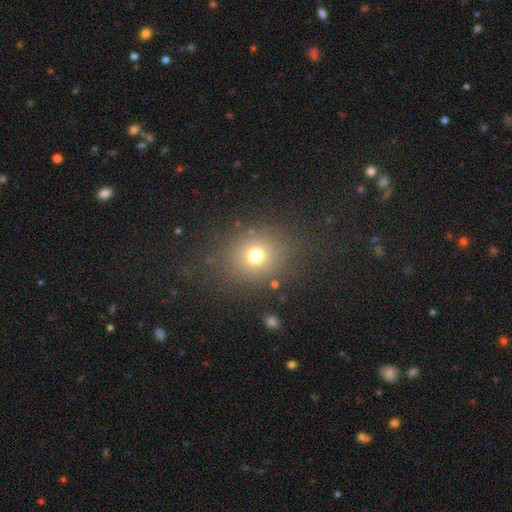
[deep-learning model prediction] Smooth or featured? Predicted: smooth (p=0.71). How rounded? Predicted: round (p=0.73). Merging? Predicted: none (p=0.82).